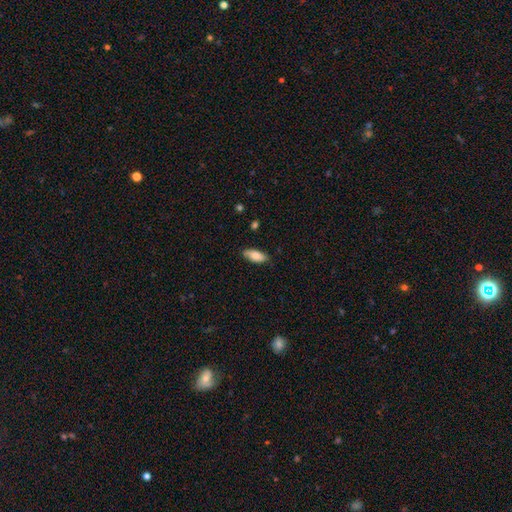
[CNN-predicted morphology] A smooth galaxy with no disk features (83%) that is in between round and cigar-shaped (84%). Merging: none (81%).